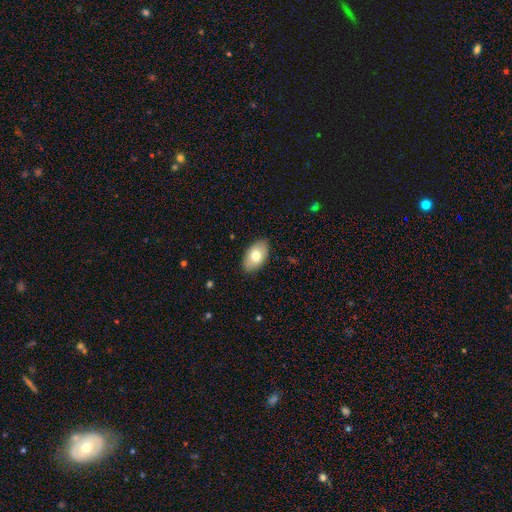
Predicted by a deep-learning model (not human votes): smooth 75%, featured or disk 18%, star or artifact 6%. Down the decision tree: how rounded — in between (93%); merging — none (87%).